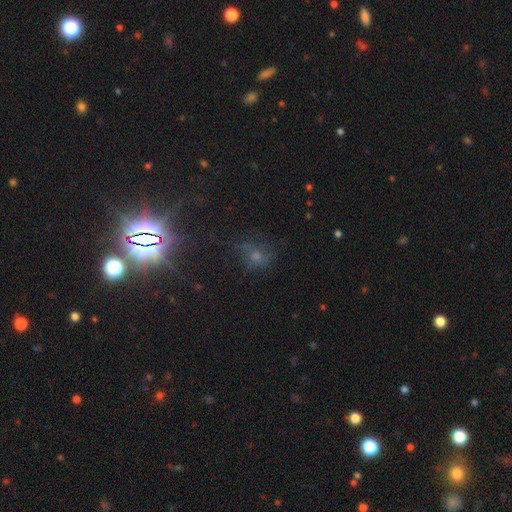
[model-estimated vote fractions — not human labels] The model was most divided on "smooth or featured": star or artifact: 44%, smooth: 34%, featured or disk: 22%.